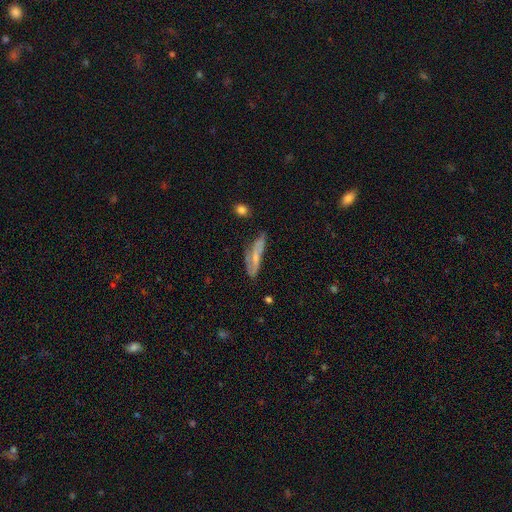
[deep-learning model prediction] Q: Smooth or featured?
A: featured or disk (54%); runner-up: smooth (38%)
Q: Edge-on disk?
A: no (62%); runner-up: yes (38%)
Q: Merging?
A: none (58%); runner-up: minor disturbance (27%)